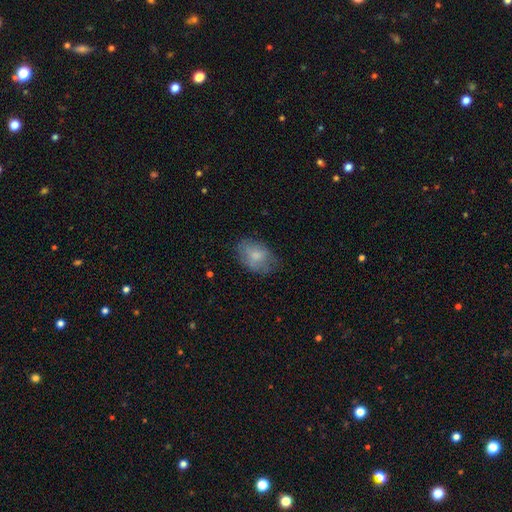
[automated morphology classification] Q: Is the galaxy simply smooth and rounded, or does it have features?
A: smooth — 72%.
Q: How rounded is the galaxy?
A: in between — 84%.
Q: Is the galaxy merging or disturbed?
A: none — 63%.